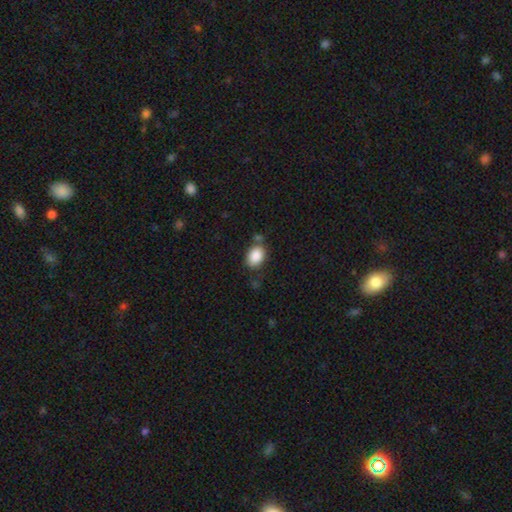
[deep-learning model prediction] Smooth or featured?
  - smooth: 88% *
  - star or artifact: 8%
  - featured or disk: 4%
How rounded?
  - in between: 77% *
  - round: 22%
  - cigar-shaped: 1%
Merging?
  - none: 71% *
  - minor disturbance: 16%
  - merger: 8%
  - major disturbance: 4%